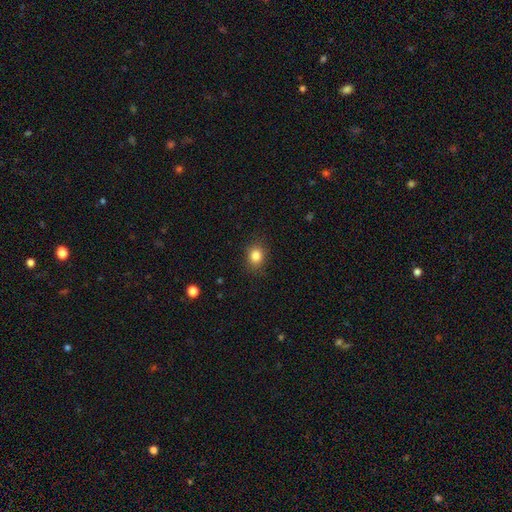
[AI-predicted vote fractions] smooth-or-featured: smooth: 84% | star or artifact: 11% | featured or disk: 5%
  how-rounded: round: 59% | in between: 40% | cigar-shaped: 1%
  merging: none: 86% | minor disturbance: 10% | major disturbance: 3% | merger: 1%